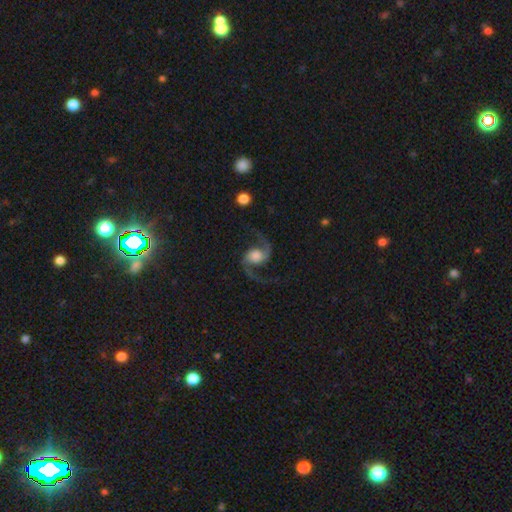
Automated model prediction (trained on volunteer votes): Q: Smooth or featured?
A: featured or disk (91%); runner-up: smooth (5%)
Q: Edge-on disk?
A: no (98%); runner-up: yes (2%)
Q: Bar?
A: no (64%); runner-up: weak (28%)
Q: Spiral arms?
A: yes (98%); runner-up: no (2%)
Q: Spiral winding?
A: loose (71%); runner-up: medium (24%)
Q: Spiral arm count?
A: 2 (95%); runner-up: 1 (1%)
Q: Bulge size?
A: large (44%); runner-up: moderate (24%)
Q: Merging?
A: none (78%); runner-up: minor disturbance (12%)